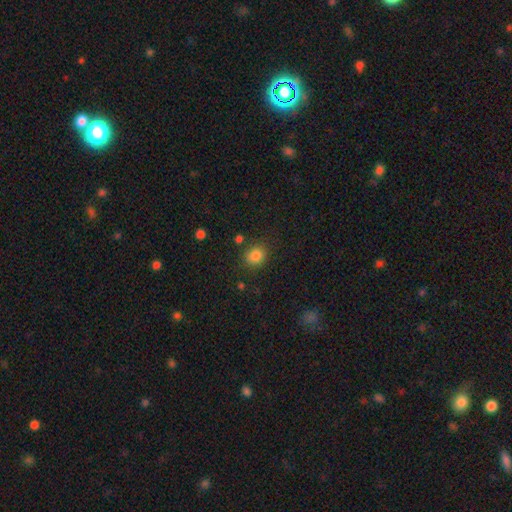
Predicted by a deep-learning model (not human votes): Smooth or featured? Predicted: smooth (p=0.84). How rounded? Predicted: round (p=0.66). Merging? Predicted: none (p=0.80).